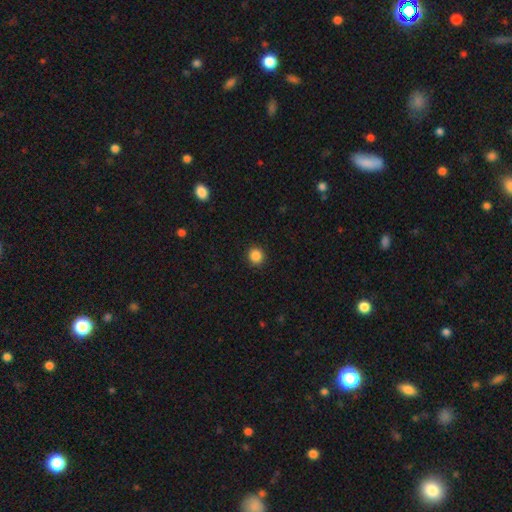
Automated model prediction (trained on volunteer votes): Q: Smooth or featured?
A: smooth (87%); runner-up: star or artifact (10%)
Q: How rounded?
A: round (90%); runner-up: in between (9%)
Q: Merging?
A: none (92%); runner-up: minor disturbance (5%)